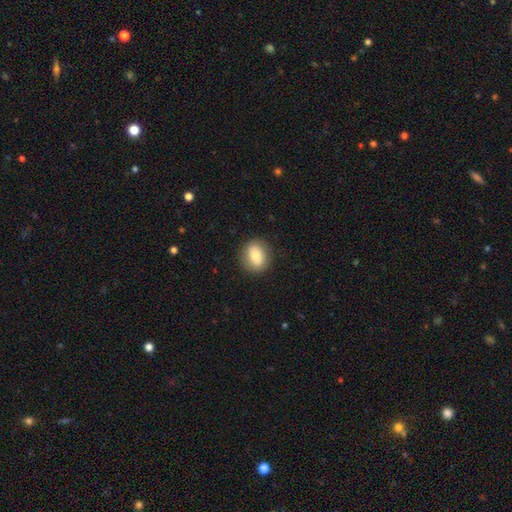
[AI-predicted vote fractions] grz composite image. It shows a smooth galaxy with no disk features (77%) that is round (53%). Merging: none (86%).